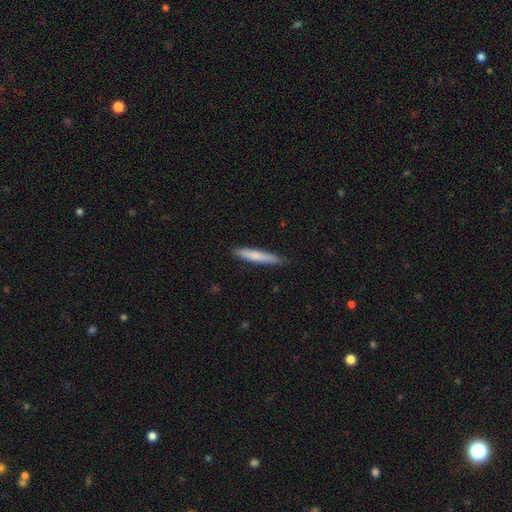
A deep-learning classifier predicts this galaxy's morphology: Q: Smooth or featured?
A: smooth (70%); runner-up: featured or disk (24%)
Q: How rounded?
A: cigar-shaped (93%); runner-up: in between (6%)
Q: Merging?
A: none (87%); runner-up: minor disturbance (10%)